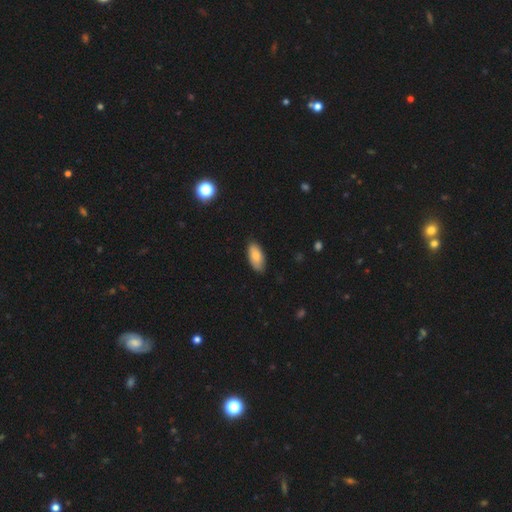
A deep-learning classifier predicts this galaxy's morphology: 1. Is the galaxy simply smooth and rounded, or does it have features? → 82% smooth, 12% featured or disk, 6% star or artifact.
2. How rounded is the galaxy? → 91% in between, 7% cigar-shaped, 2% round.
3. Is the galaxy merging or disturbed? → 84% none, 13% minor disturbance, 2% major disturbance, 1% merger.